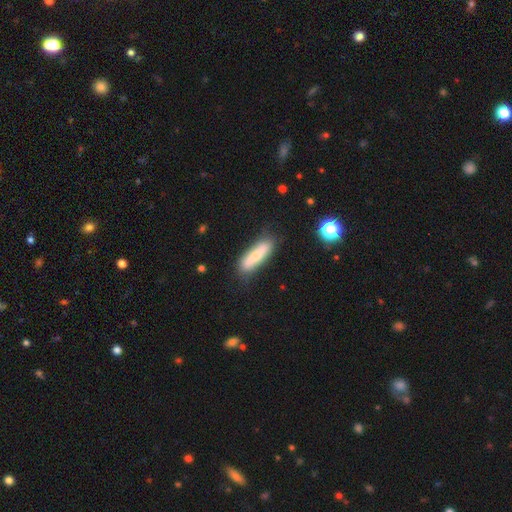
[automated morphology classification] The model was most divided on "smooth or featured": smooth: 61%, featured or disk: 32%, star or artifact: 6%. More confident: merging — none (78%); how rounded — cigar-shaped (66%).